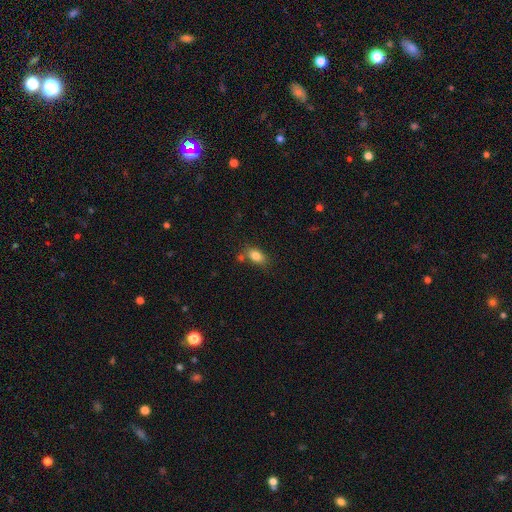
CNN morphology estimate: type=smooth (83%); roundness=in between (84%); merging=none (66%).